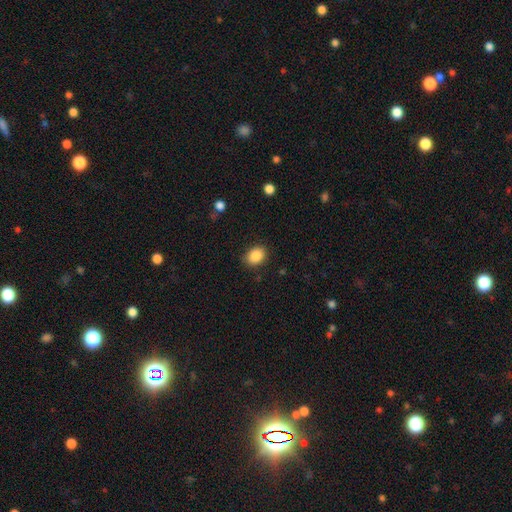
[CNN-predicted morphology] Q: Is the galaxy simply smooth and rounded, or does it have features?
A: smooth — 88%.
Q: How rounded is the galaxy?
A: in between — 62%.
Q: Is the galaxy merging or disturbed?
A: none — 85%.